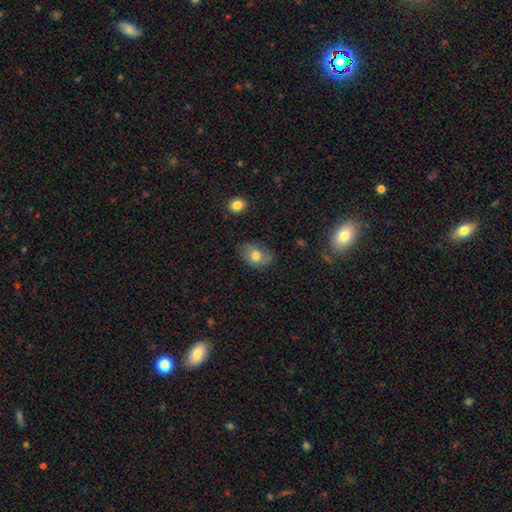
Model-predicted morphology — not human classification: This appears to be a smooth galaxy with no disk features (72%) that is in between round and cigar-shaped (77%). Merging: none (63%).